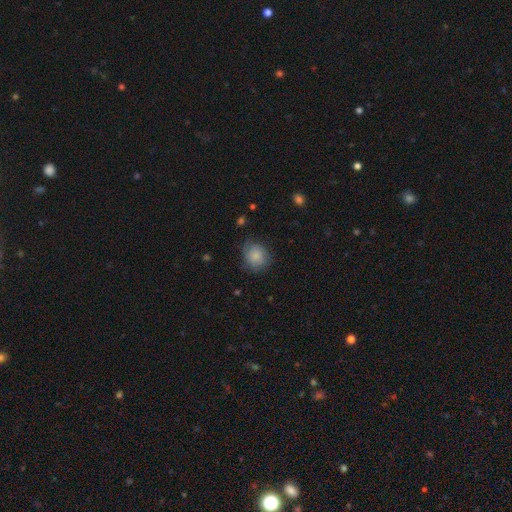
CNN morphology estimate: Smooth or featured? Predicted: smooth (p=0.79). How rounded? Predicted: round (p=0.74). Merging? Predicted: none (p=0.69).